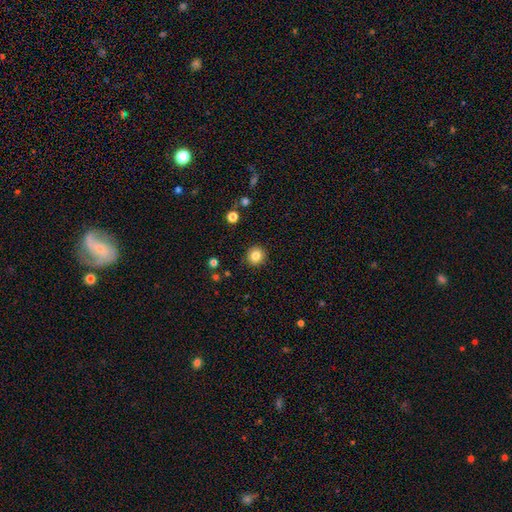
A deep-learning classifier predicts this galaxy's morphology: smooth 83%, star or artifact 11%, featured or disk 7%. Down the decision tree: how rounded — round (91%); merging — none (91%).